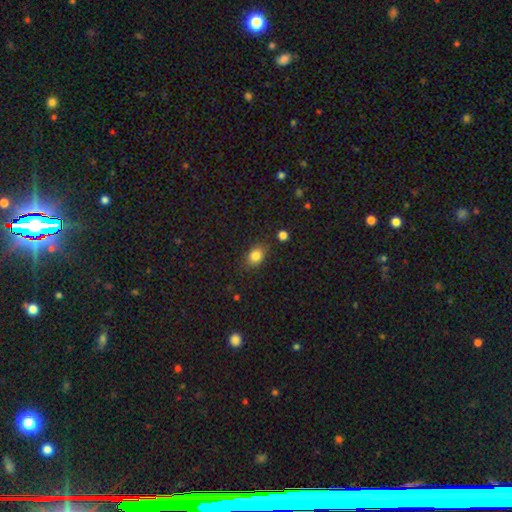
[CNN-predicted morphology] Overall: smooth (83%). How rounded: in between (66%; round 32%). Merging: none (83%).